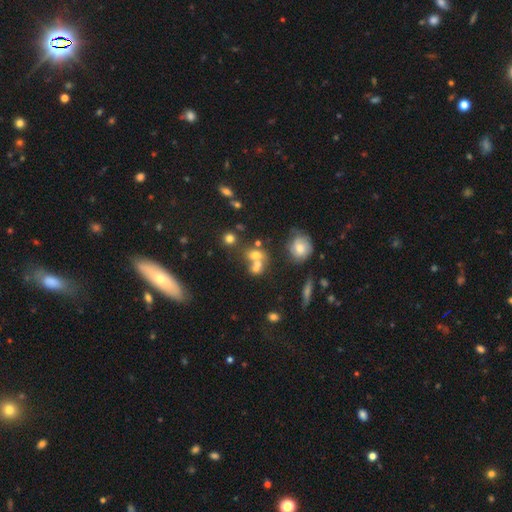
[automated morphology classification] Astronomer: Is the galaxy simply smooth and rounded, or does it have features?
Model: smooth — 65%.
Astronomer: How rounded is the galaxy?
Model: round — 54% (runner-up: in between, 44%).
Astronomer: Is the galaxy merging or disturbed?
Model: merger — 51% (runner-up: none, 33%).